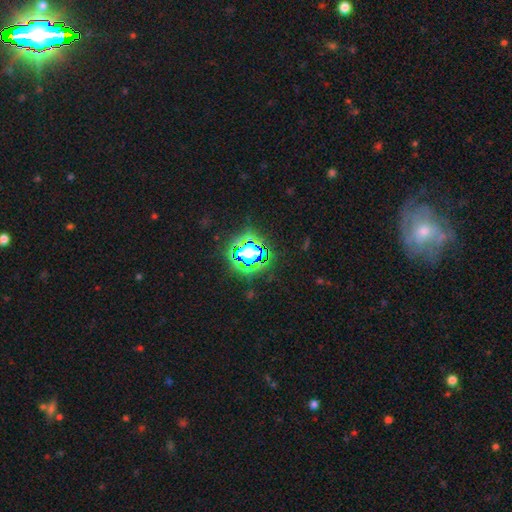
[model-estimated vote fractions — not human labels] Smooth or featured? star or artifact (79%)